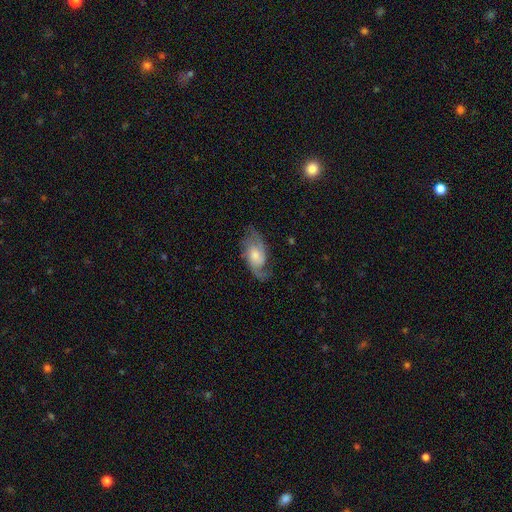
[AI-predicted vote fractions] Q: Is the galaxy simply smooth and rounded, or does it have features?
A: featured or disk — 77%.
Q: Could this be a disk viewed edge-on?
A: no — 95%.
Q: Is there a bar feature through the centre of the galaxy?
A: no — 62%.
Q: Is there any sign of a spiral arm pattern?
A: yes — 94%.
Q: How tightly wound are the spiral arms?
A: medium — 48%.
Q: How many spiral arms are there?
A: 2 — 77%.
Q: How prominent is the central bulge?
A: moderate — 48%.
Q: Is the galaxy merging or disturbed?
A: none — 68%.